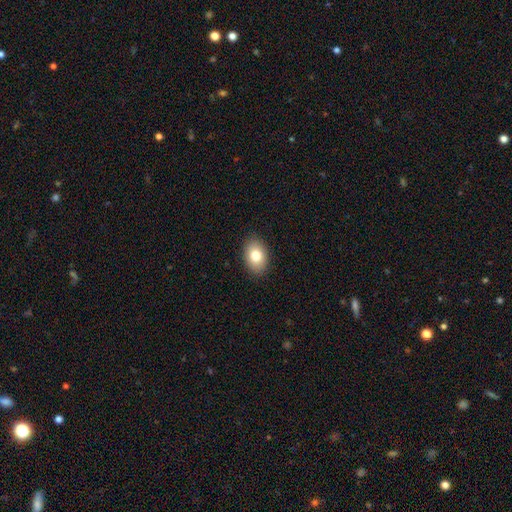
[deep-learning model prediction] Smooth or featured? Predicted: smooth (p=0.80). How rounded? Predicted: in between (p=0.81). Merging? Predicted: none (p=0.89).